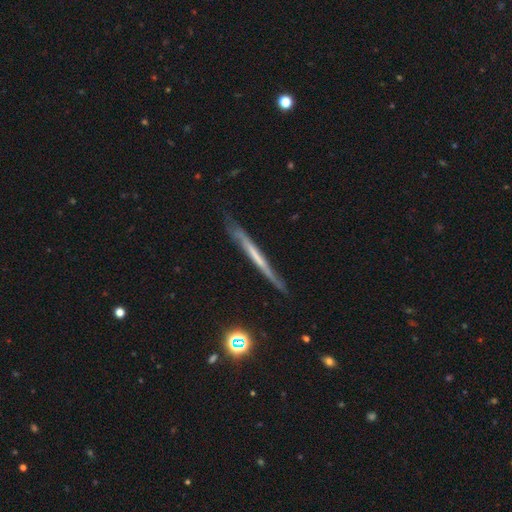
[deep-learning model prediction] Smooth or featured: featured or disk — 59% (smooth — 33%)
Edge-on disk: yes — 91% (no — 9%)
Edge-on bulge: none — 83% (rounded — 9%)
Merging: none — 76% (minor disturbance — 18%)